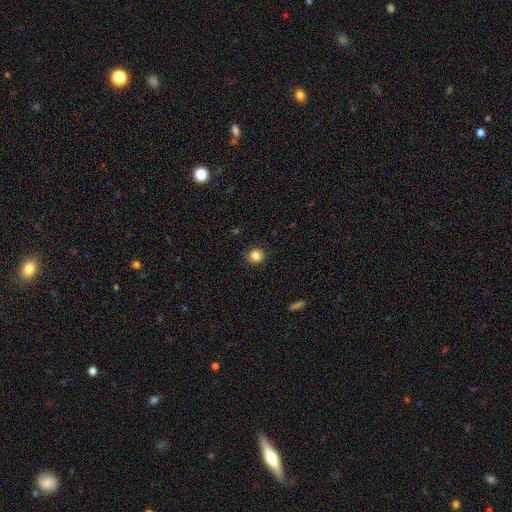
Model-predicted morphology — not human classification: Smooth or featured? Predicted: smooth (p=0.85). How rounded? Predicted: round (p=0.91). Merging? Predicted: none (p=0.90).